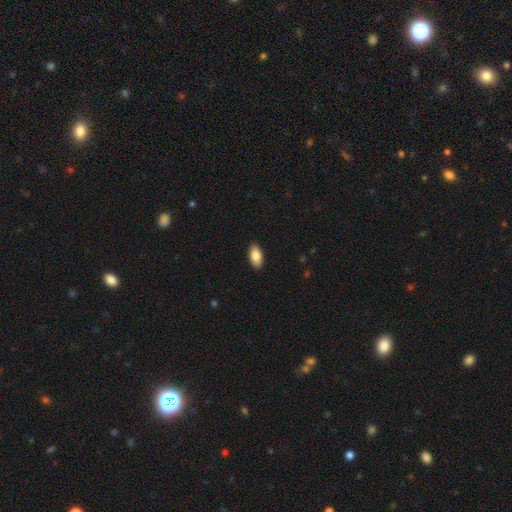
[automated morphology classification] smooth-or-featured: smooth: 85% | featured or disk: 9% | star or artifact: 6%
  how-rounded: in between: 92% | cigar-shaped: 5% | round: 3%
  merging: none: 89% | minor disturbance: 8% | major disturbance: 2% | merger: 1%